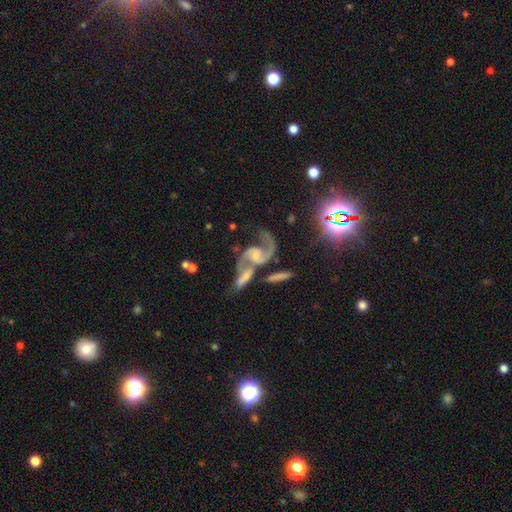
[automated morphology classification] The model was most divided on "spiral winding": medium: 45%, loose: 43%, tight: 12%. Remaining: edge-on disk — no (96%); spiral arms — yes (95%); smooth or featured — featured or disk (82%); spiral arm count — 2 (82%); bar — no (51%); merging — merger (47%); bulge size — small (41%).